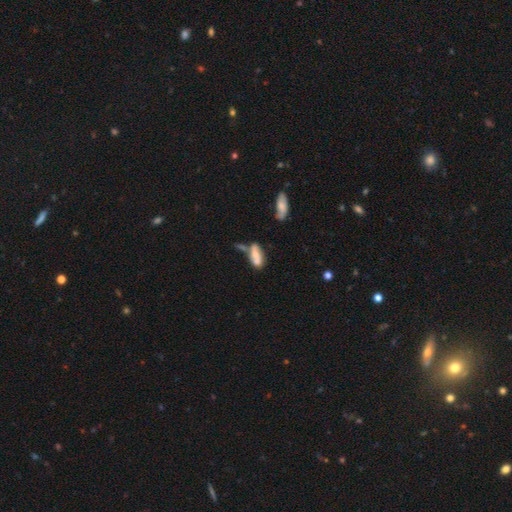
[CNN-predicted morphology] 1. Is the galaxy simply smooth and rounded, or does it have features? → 55% smooth, 36% featured or disk, 9% star or artifact.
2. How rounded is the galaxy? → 80% in between, 16% cigar-shaped, 4% round.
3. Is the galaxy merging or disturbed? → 43% merger, 25% none, 18% minor disturbance, 14% major disturbance.